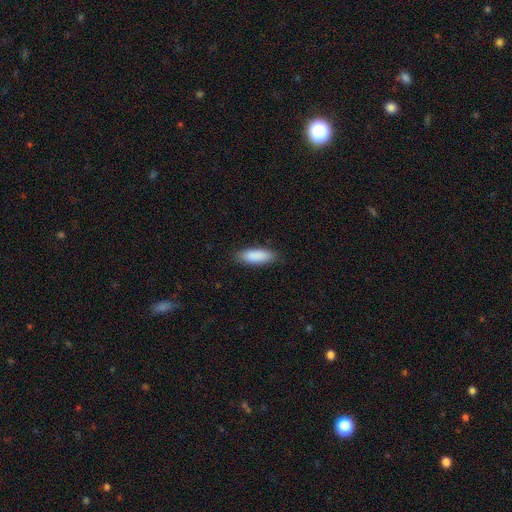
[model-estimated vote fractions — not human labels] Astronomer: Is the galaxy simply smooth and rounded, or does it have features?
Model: smooth — 89%.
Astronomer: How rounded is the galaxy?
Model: in between — 64%.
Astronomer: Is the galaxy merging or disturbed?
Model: none — 86%.